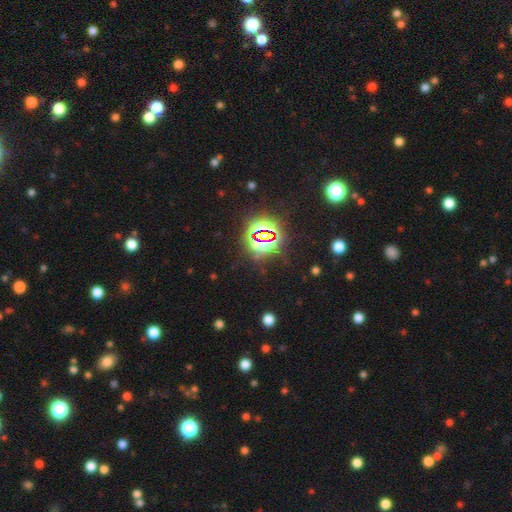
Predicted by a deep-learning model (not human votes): Smooth or featured? Predicted: star or artifact (p=0.78).